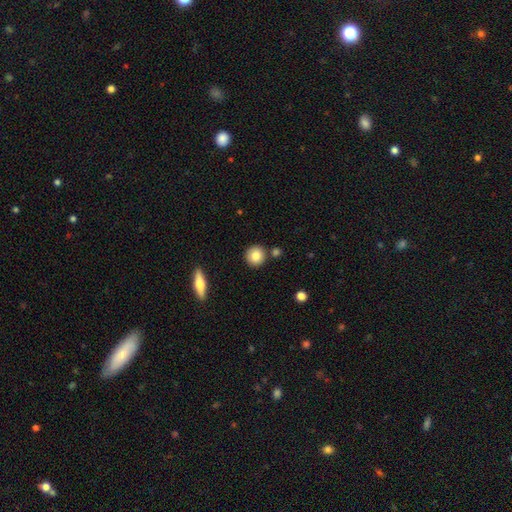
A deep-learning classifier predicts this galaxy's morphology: A smooth galaxy with no disk features (83%) that is round (92%). Merging: none (85%).